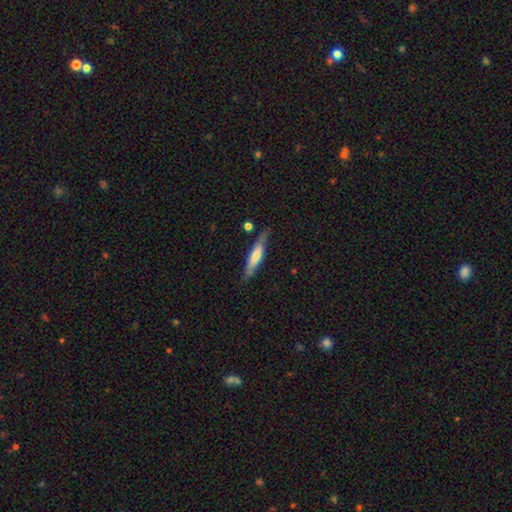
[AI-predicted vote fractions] Smooth or featured? smooth (48%)
Merging? none (78%)